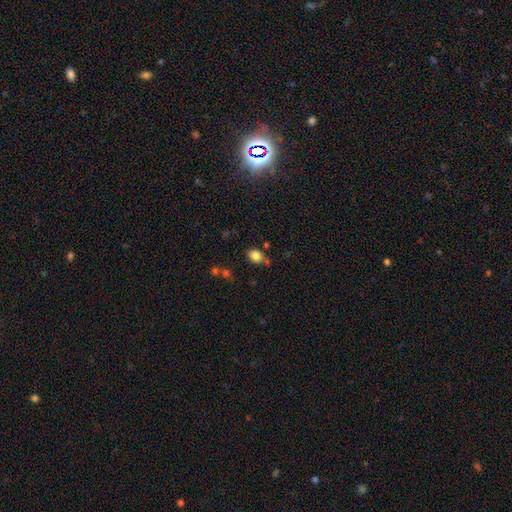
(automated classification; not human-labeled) A smooth galaxy with no disk features (83%) that is in between round and cigar-shaped (64%). Merging: none (67%).